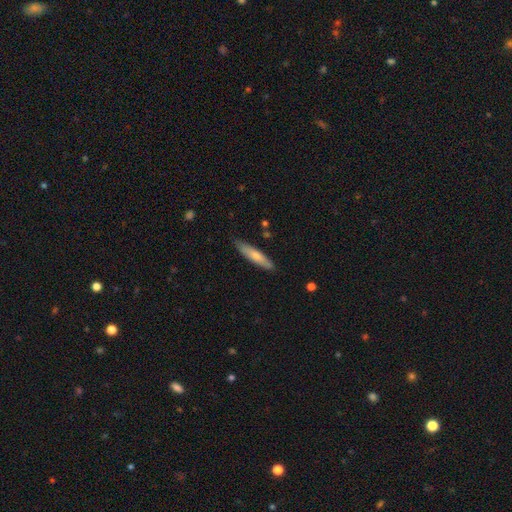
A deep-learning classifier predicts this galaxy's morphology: Q: Smooth or featured?
A: smooth (69%); runner-up: featured or disk (26%)
Q: How rounded?
A: cigar-shaped (82%); runner-up: in between (17%)
Q: Merging?
A: none (83%); runner-up: minor disturbance (13%)